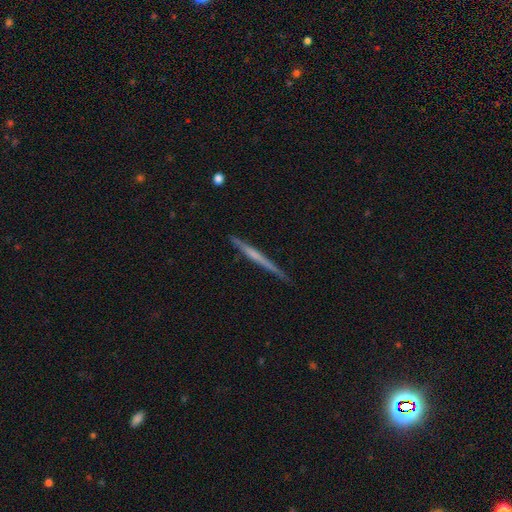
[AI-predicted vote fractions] smooth-or-featured: featured or disk: 61% | smooth: 34% | star or artifact: 6%
  disk-edge-on: yes: 98% | no: 2%
    edge-on-bulge: none: 73% | rounded: 19% | boxy: 8%
  merging: none: 88% | minor disturbance: 9% | major disturbance: 2% | merger: 1%